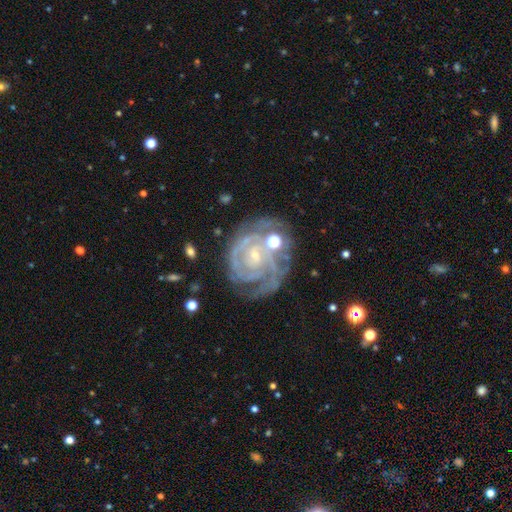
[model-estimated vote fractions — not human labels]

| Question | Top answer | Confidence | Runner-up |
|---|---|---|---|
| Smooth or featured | featured or disk | 87% | star or artifact (7%) |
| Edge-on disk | no | 98% | yes (2%) |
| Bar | no | 65% | weak (27%) |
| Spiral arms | yes | 96% | no (4%) |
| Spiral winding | tight | 76% | medium (20%) |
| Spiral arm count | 2 | 33% | can't tell (26%) |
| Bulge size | small | 75% | moderate (16%) |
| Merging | none | 59% | minor disturbance (21%) |